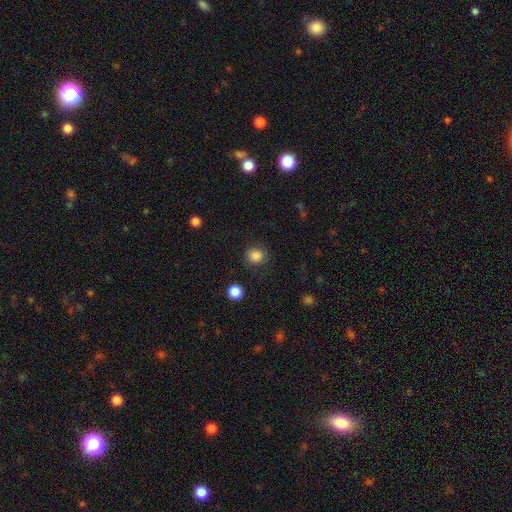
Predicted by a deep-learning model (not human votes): This is clearly a smooth galaxy (86%). How rounded: clearly round (85%). Merging: clearly none (86%).